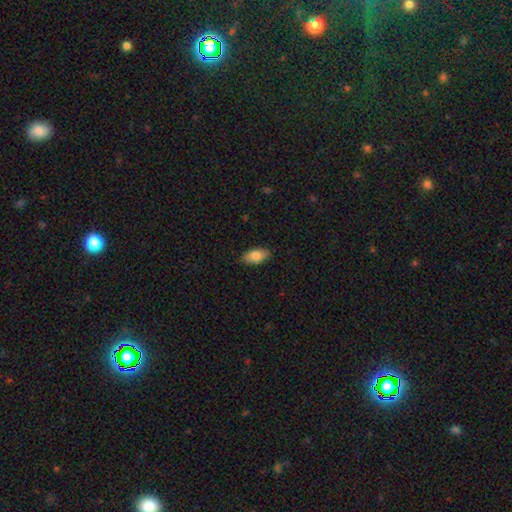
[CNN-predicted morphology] smooth 84%, featured or disk 9%, star or artifact 7%. Down the decision tree: how rounded — in between (91%); merging — none (87%).